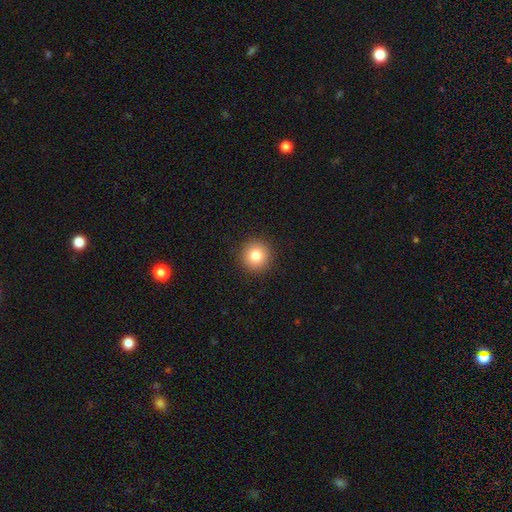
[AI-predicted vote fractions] smooth-or-featured: smooth: 82% | star or artifact: 10% | featured or disk: 8%
  how-rounded: round: 95% | in between: 4% | cigar-shaped: 1%
  merging: none: 93% | minor disturbance: 5% | major disturbance: 2% | merger: 1%